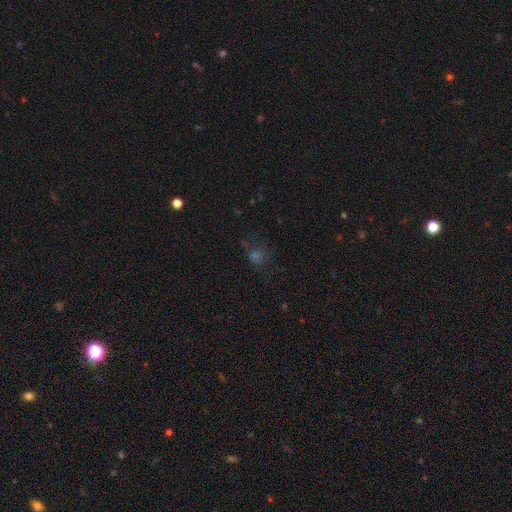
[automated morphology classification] A smooth galaxy with no disk features (47%).

Vote fractions:
- Smooth or featured? smooth: 47% / star or artifact: 39% / featured or disk: 14%
- Merging? none: 67% / minor disturbance: 17% / major disturbance: 12% / merger: 4%